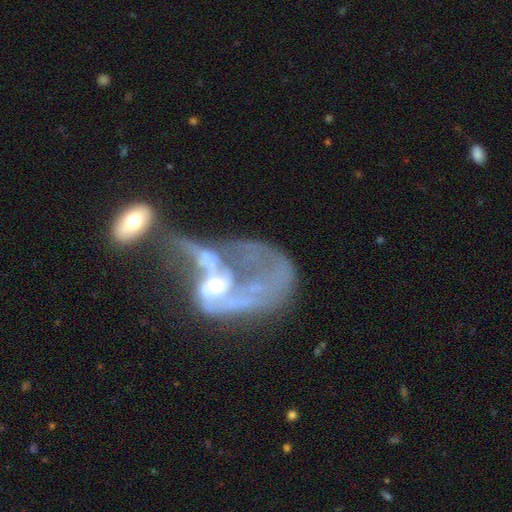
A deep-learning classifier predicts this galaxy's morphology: Overall: featured or disk (76%). Edge-on disk: no (97%). Bar: no (72%). Spiral arms: yes (60%; no 40%). Bulge size: moderate (45%; small 40%). Merging: merger (55%; major disturbance 32%).